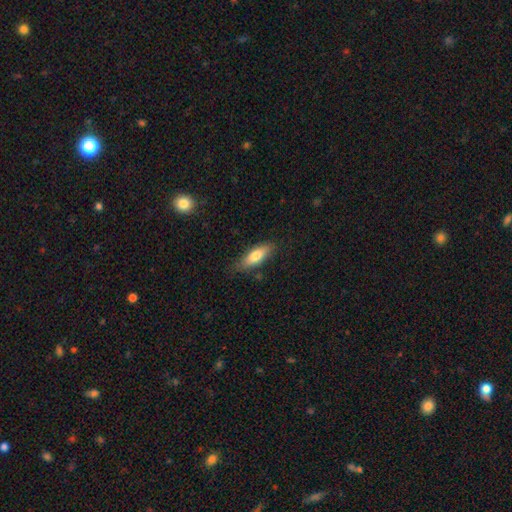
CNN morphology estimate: This is likely a smooth galaxy (74%). How rounded: likely in between (63%). Merging: likely none (78%).